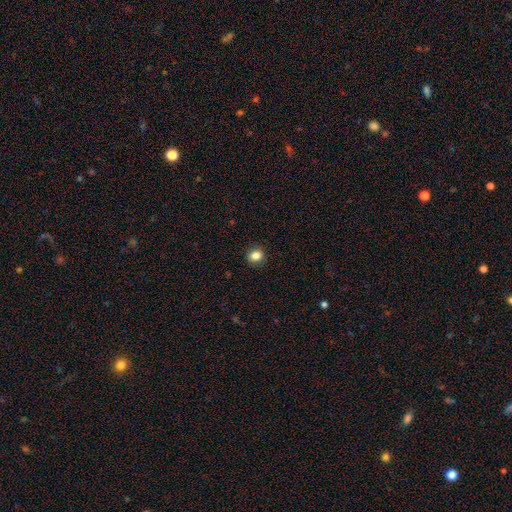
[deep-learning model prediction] Smooth or featured? smooth (85%)
How rounded? round (72%)
Merging? none (90%)